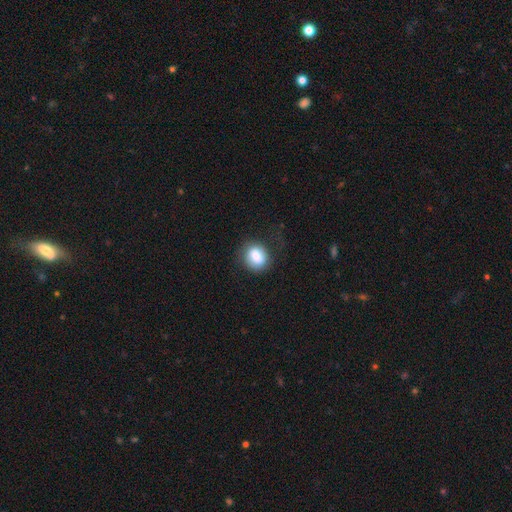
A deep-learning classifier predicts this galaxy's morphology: Smooth or featured: smooth — 82% (featured or disk — 10%)
How rounded: round — 65% (in between — 34%)
Merging: none — 68% (minor disturbance — 19%)